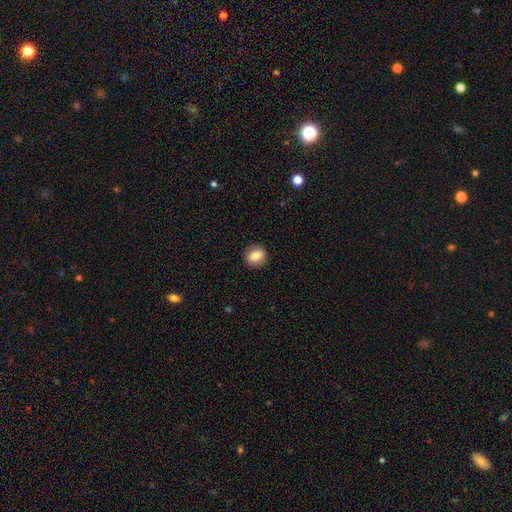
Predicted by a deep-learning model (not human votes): smooth 83%, star or artifact 9%, featured or disk 8%. Down the decision tree: how rounded — round (72%); merging — none (89%).